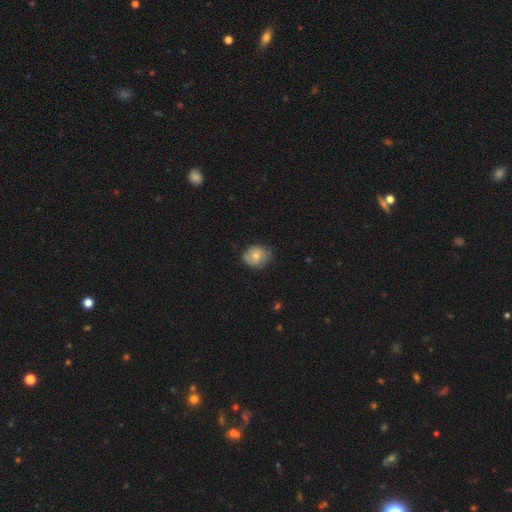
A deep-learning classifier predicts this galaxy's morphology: Smooth or featured?
  - smooth: 62% *
  - featured or disk: 30%
  - star or artifact: 8%
How rounded?
  - round: 64% *
  - in between: 35%
  - cigar-shaped: 1%
Merging?
  - none: 68% *
  - minor disturbance: 25%
  - major disturbance: 6%
  - merger: 1%